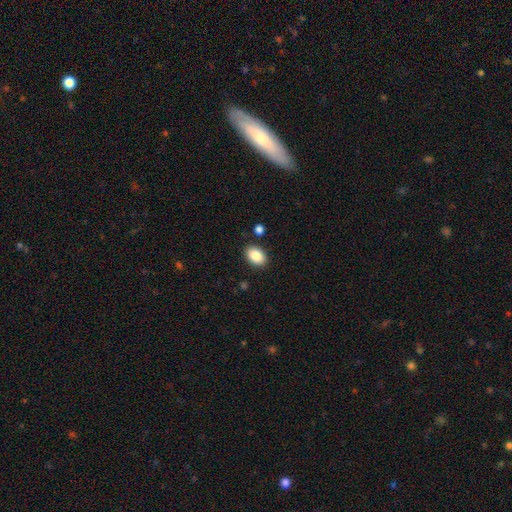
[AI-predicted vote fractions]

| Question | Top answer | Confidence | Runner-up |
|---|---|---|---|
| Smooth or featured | smooth | 87% | star or artifact (7%) |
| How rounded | in between | 85% | round (14%) |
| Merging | none | 87% | minor disturbance (8%) |